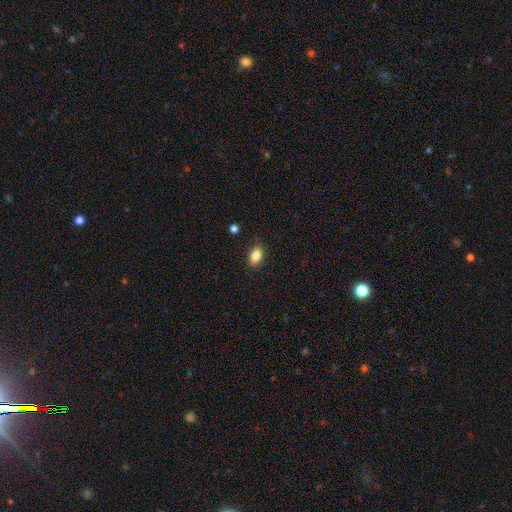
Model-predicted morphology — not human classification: This is clearly a smooth galaxy (85%). How rounded: likely in between (79%). Merging: clearly none (86%).